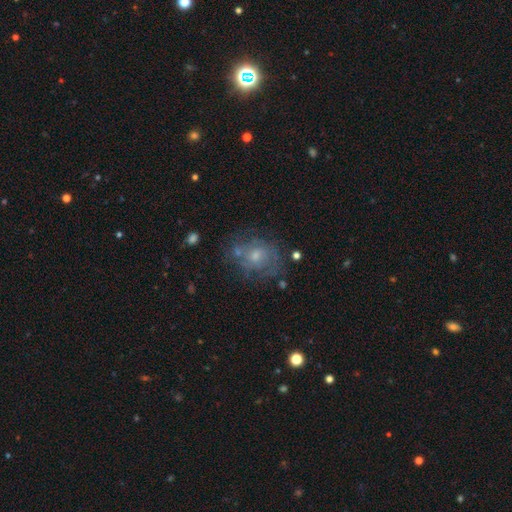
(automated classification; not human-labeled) smooth_or_featured: featured or disk (p=0.50) [alt: smooth p=0.33]
disk_edge_on: no (p=0.96) [alt: yes p=0.04]
merging: none (p=0.63) [alt: minor disturbance p=0.19]